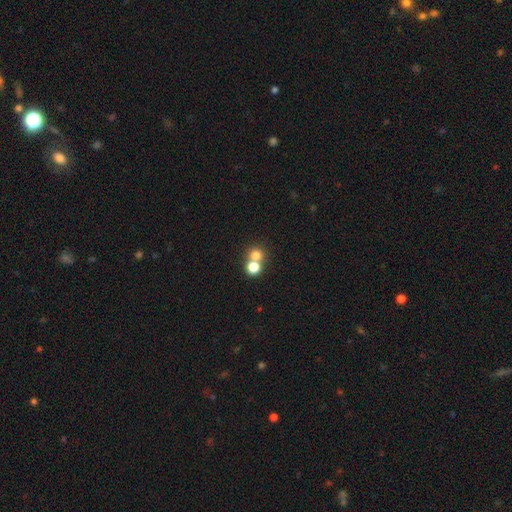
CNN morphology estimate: Smooth or featured: smooth — 75% (star or artifact — 15%)
How rounded: round — 86% (in between — 13%)
Merging: none — 47% (merger — 45%)